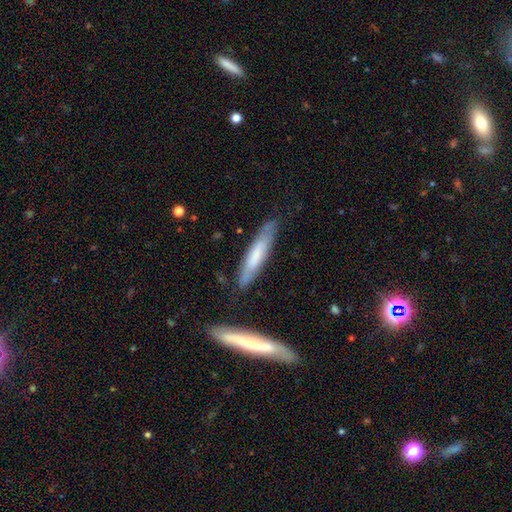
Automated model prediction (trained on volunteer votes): Smooth or featured? Predicted: smooth (p=0.56). How rounded? Predicted: cigar-shaped (p=0.87). Merging? Predicted: none (p=0.77).